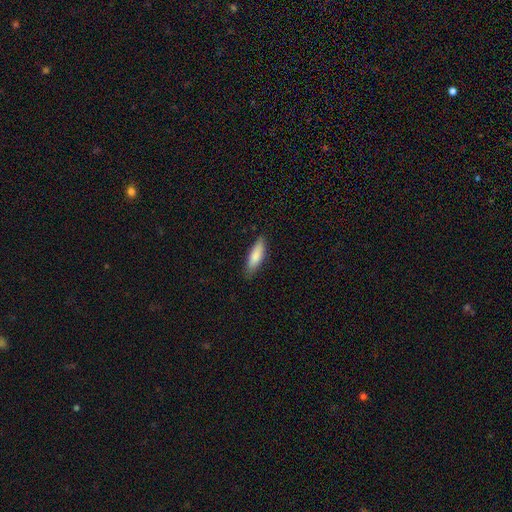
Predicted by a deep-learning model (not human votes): Smooth or featured: smooth — 83% (featured or disk — 12%)
How rounded: cigar-shaped — 53% (in between — 46%)
Merging: none — 84% (minor disturbance — 13%)